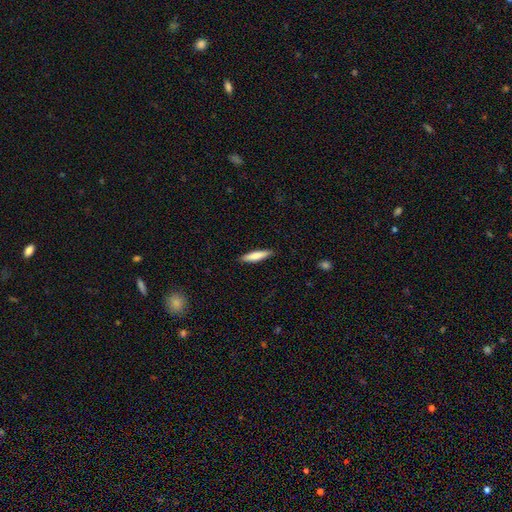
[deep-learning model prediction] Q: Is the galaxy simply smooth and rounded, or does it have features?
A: smooth — 75%.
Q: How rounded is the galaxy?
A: cigar-shaped — 80%.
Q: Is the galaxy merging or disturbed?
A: none — 89%.